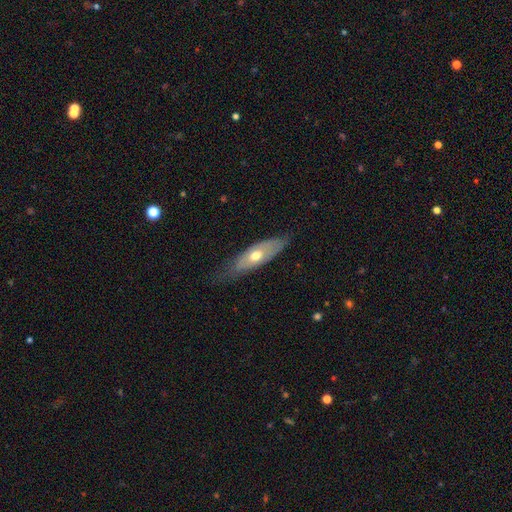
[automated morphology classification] Smooth or featured: smooth — 49% (featured or disk — 45%)
Merging: none — 63% (minor disturbance — 26%)